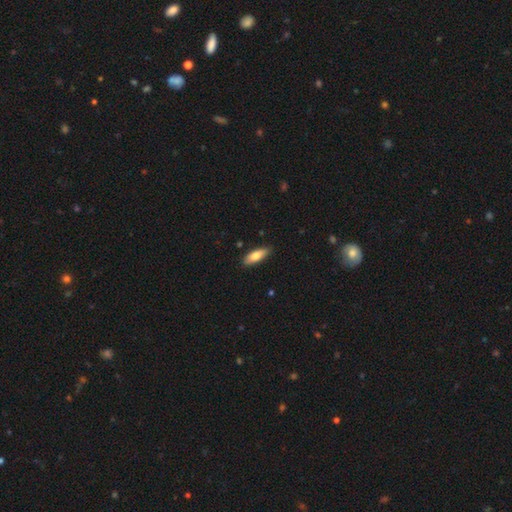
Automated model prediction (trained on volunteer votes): smooth_or_featured: smooth (p=0.76) [alt: featured or disk p=0.19]
how_rounded: in between (p=0.62) [alt: cigar-shaped p=0.36]
merging: none (p=0.85) [alt: minor disturbance p=0.12]